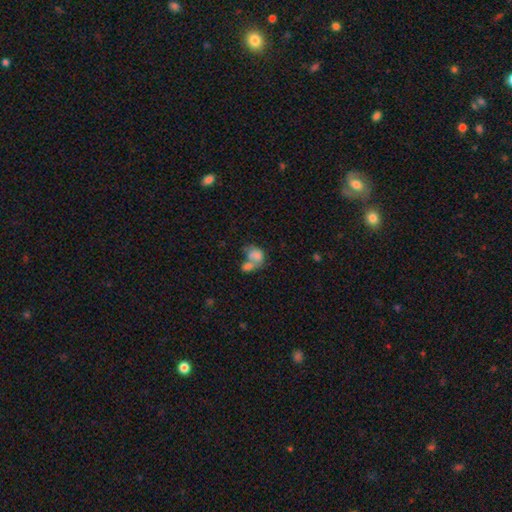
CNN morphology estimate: The model was most divided on "how rounded": in between: 64%, round: 34%, cigar-shaped: 1%. More confident: smooth or featured — smooth (71%); merging — merger (66%).